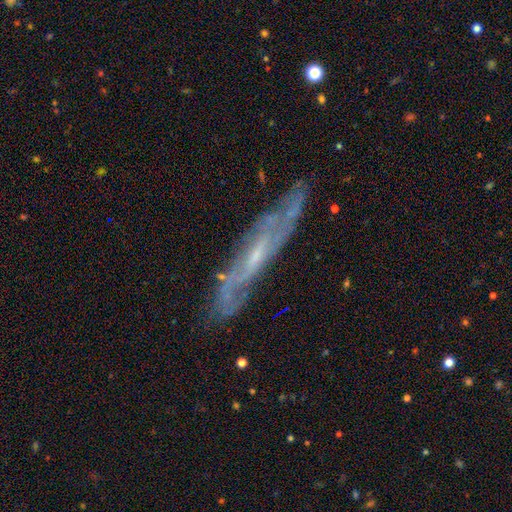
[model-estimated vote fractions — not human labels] Morphology: type=featured or disk (78%); edge-on=yes (53%); merging=none (79%).